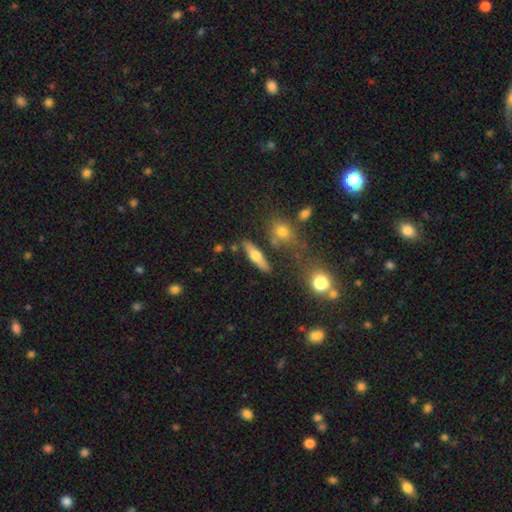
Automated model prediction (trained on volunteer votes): A smooth galaxy with no disk features (54%) that is cigar-shaped (62%). Merging: none (76%).